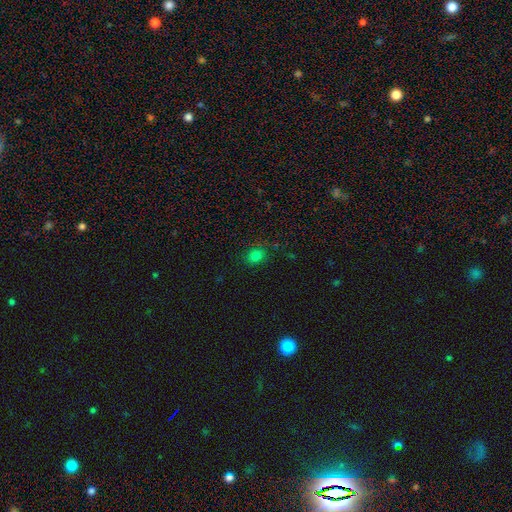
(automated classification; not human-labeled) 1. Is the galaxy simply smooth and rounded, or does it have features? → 78% smooth, 17% star or artifact, 5% featured or disk.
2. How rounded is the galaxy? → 63% round, 35% in between, 1% cigar-shaped.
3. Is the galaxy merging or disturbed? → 83% none, 12% minor disturbance, 3% major disturbance, 2% merger.